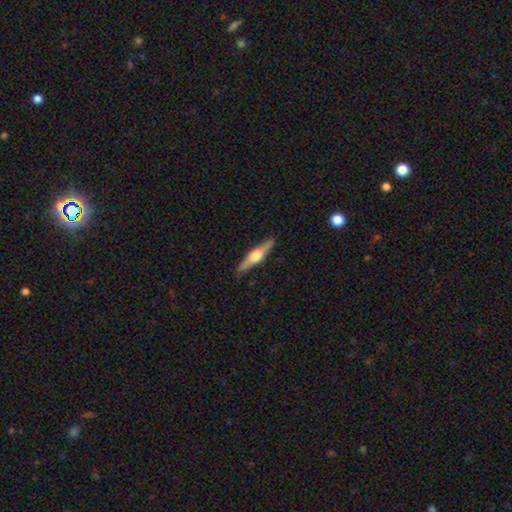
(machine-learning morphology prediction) The model was most divided on "smooth or featured": featured or disk: 75%, smooth: 20%, star or artifact: 5%. More confident: edge-on disk — yes (98%); edge-on bulge — rounded (94%); merging — none (90%).